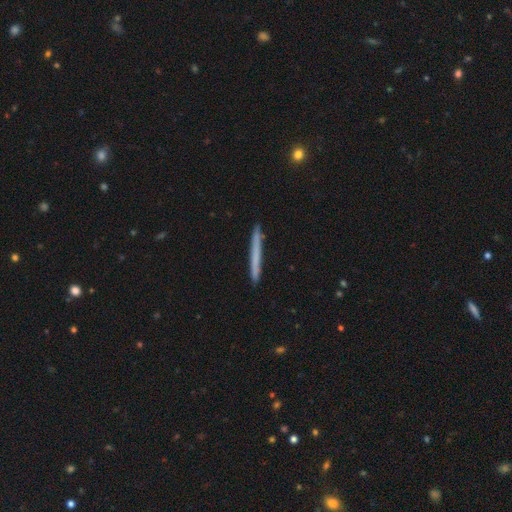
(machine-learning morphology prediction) A smooth galaxy with no disk features (60%) that is cigar-shaped (97%). Merging: none (91%).